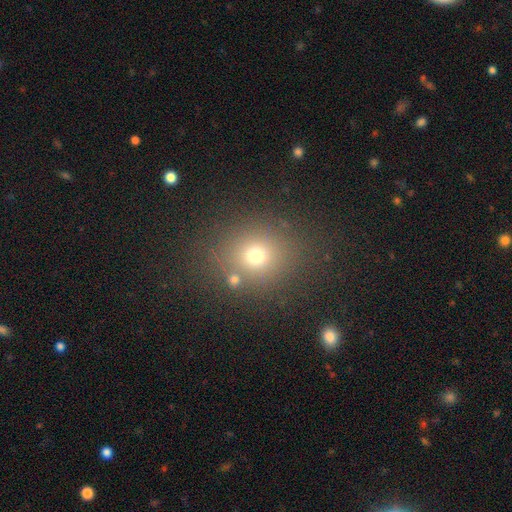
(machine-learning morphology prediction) Smooth or featured?
  - smooth: 69% *
  - star or artifact: 21%
  - featured or disk: 10%
How rounded?
  - round: 76% *
  - in between: 23%
  - cigar-shaped: 1%
Merging?
  - none: 80% *
  - minor disturbance: 10%
  - merger: 6%
  - major disturbance: 5%